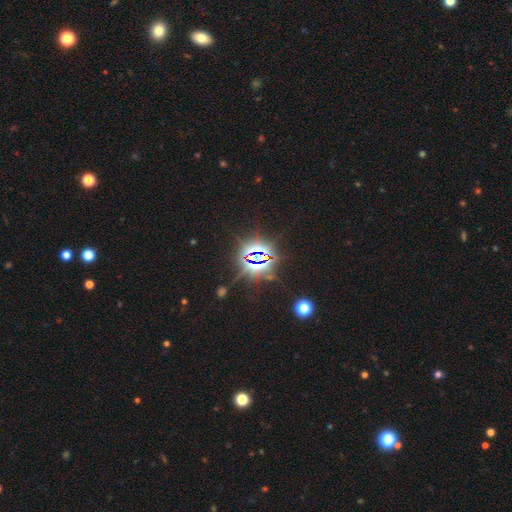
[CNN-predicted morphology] star or artifact 84%, smooth 9%, featured or disk 7%.